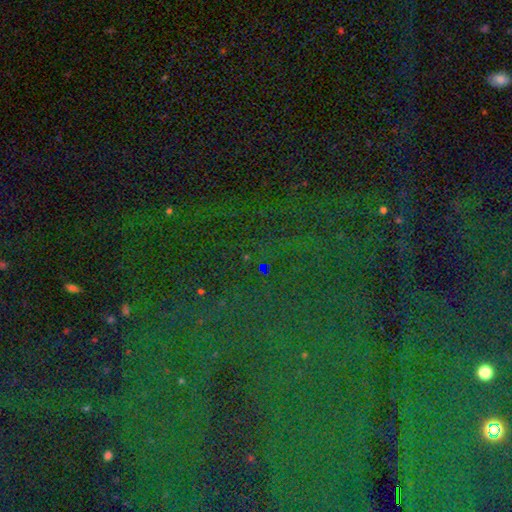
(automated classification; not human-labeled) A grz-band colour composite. It shows a star or artifact, not a galaxy (83%).